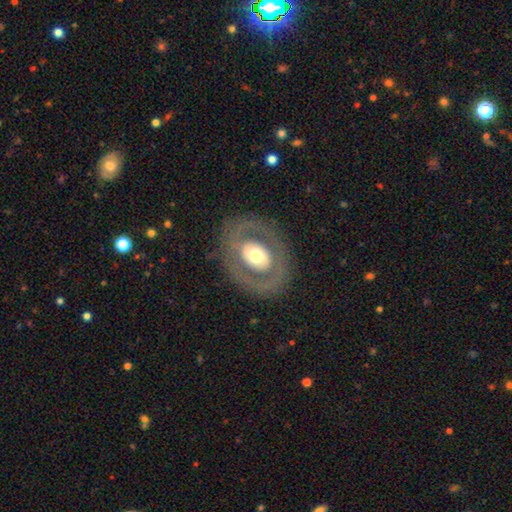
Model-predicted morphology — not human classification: This is possibly a featured or disk galaxy (59%). It is clearly not viewed edge-on (94%). Bar: clearly no (80%). Spiral arm pattern: clearly no (83%). Central bulge: possibly moderate (56%). Merging: clearly none (80%).